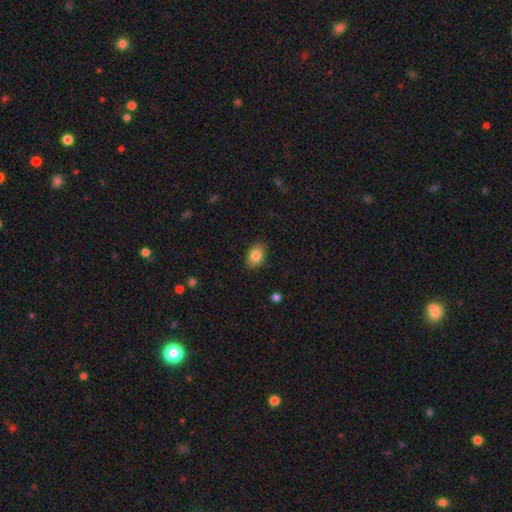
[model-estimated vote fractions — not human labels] Morphology: type=smooth (82%); roundness=in between (83%); merging=none (87%).